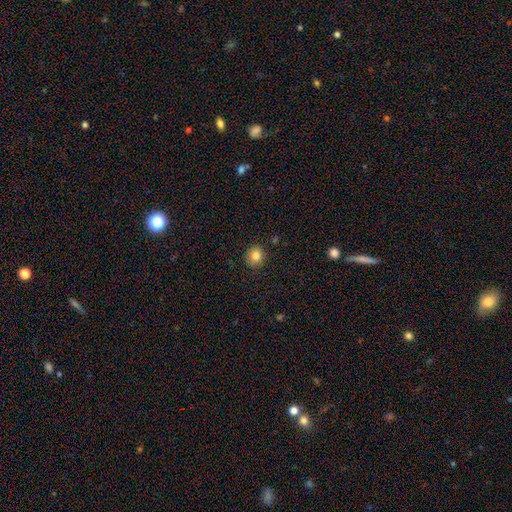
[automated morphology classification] Smooth or featured?
  - smooth: 83% *
  - star or artifact: 11%
  - featured or disk: 6%
How rounded?
  - round: 86% *
  - in between: 13%
  - cigar-shaped: 1%
Merging?
  - none: 90% *
  - minor disturbance: 7%
  - major disturbance: 2%
  - merger: 1%